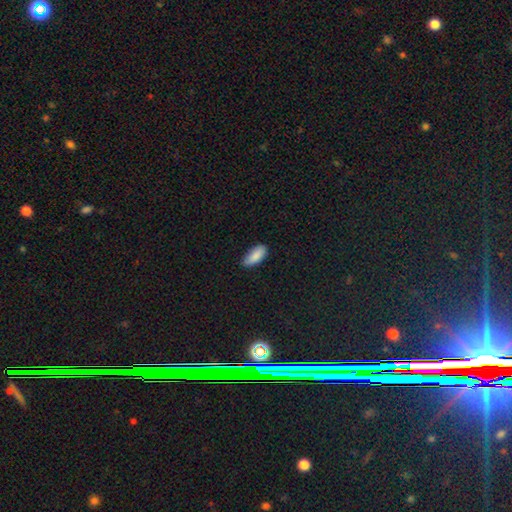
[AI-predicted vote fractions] This is clearly a smooth galaxy (88%). How rounded: clearly in between (86%). Merging: likely none (70%).